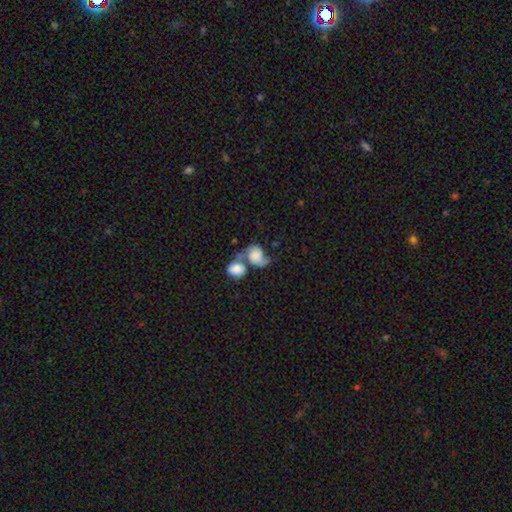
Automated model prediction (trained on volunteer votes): This appears to be a smooth galaxy with no disk features (61%) that is in between round and cigar-shaped (52%). Merging: merger (62%).